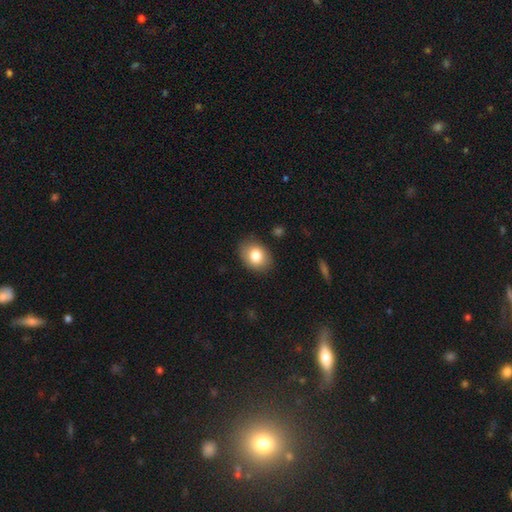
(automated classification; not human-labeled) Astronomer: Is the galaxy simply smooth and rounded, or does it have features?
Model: smooth — 81%.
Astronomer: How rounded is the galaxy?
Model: in between — 67%.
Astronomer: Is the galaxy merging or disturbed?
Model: none — 85%.